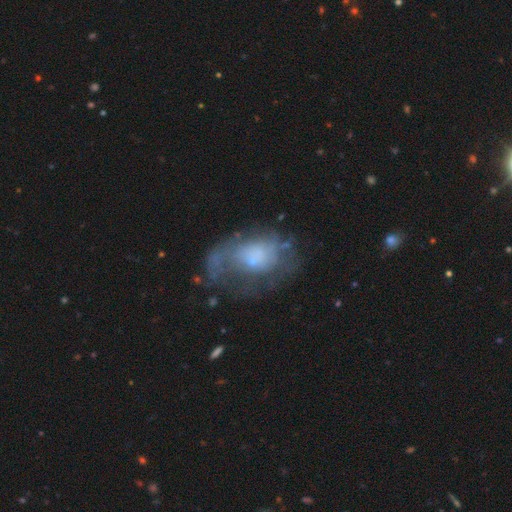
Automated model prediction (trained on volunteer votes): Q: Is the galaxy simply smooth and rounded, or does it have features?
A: featured or disk — 54%.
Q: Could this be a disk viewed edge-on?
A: no — 96%.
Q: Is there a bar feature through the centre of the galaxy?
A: no — 83%.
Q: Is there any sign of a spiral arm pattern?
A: no — 55%.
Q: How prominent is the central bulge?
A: small — 53%.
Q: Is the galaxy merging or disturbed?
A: none — 38%.